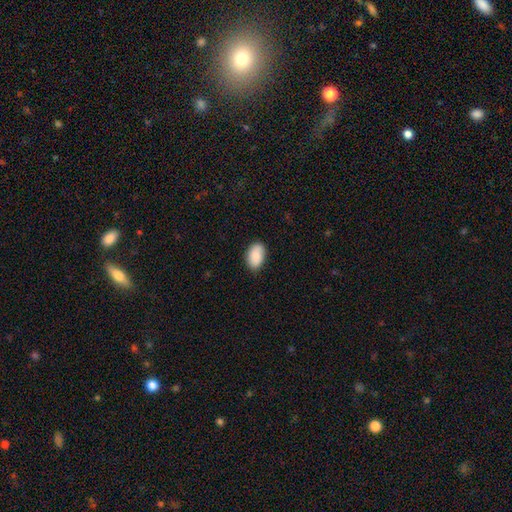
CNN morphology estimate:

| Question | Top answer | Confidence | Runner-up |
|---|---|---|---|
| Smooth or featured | smooth | 86% | featured or disk (7%) |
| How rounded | in between | 92% | round (6%) |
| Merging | none | 85% | minor disturbance (12%) |